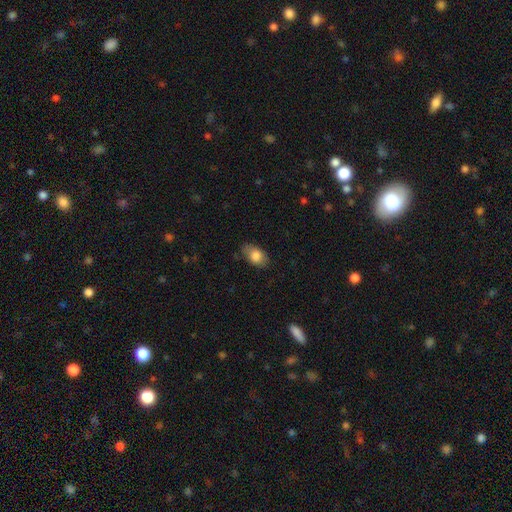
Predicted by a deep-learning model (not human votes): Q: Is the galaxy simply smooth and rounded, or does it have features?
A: smooth — 81%.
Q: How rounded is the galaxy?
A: in between — 86%.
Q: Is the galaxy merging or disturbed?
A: none — 70%.